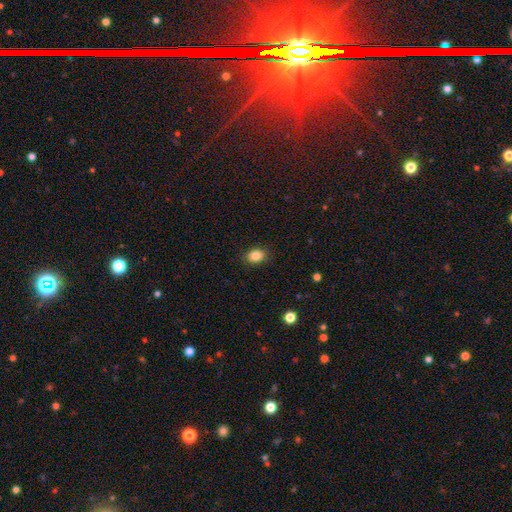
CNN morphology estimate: A smooth galaxy with no disk features (85%) that is in between round and cigar-shaped (60%).

Vote fractions:
- Smooth or featured? smooth: 85% / star or artifact: 10% / featured or disk: 5%
- How rounded? in between: 60% / round: 39% / cigar-shaped: 1%
- Merging? none: 87% / minor disturbance: 10% / major disturbance: 3% / merger: 1%